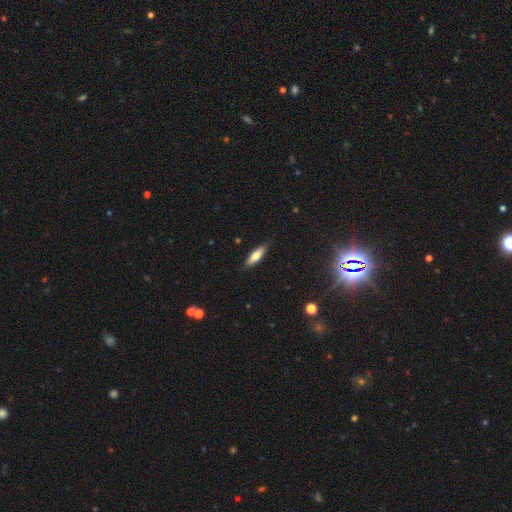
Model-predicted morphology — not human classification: A smooth galaxy with no disk features (63%) that is cigar-shaped (57%).

Vote fractions:
- Smooth or featured? smooth: 63% / featured or disk: 30% / star or artifact: 7%
- How rounded? cigar-shaped: 57% / in between: 41% / round: 2%
- Merging? none: 86% / minor disturbance: 11% / major disturbance: 2% / merger: 1%